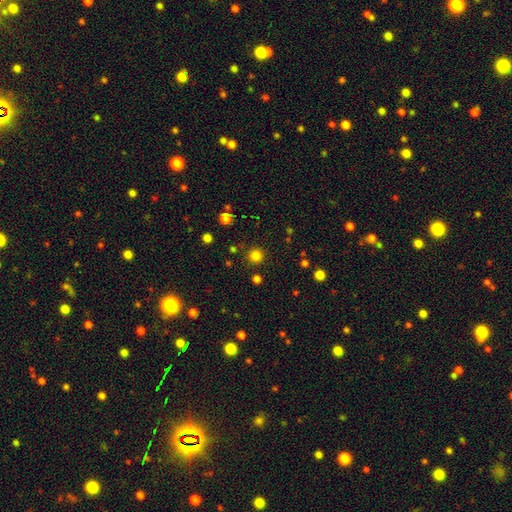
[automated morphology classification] A smooth galaxy with no disk features (80%) that is round (95%). Merging: none (89%).